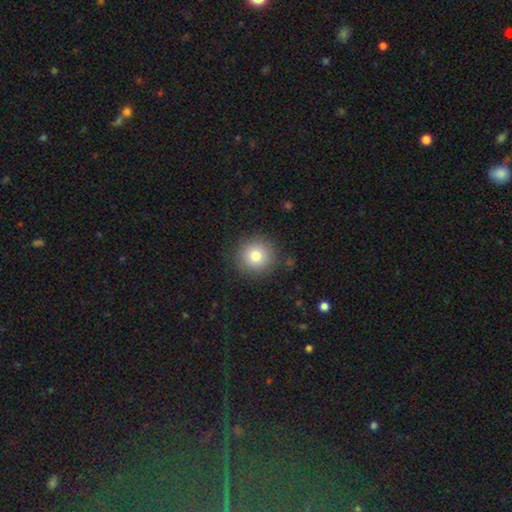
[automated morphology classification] type=smooth (79%); roundness=round (95%); merging=none (88%).